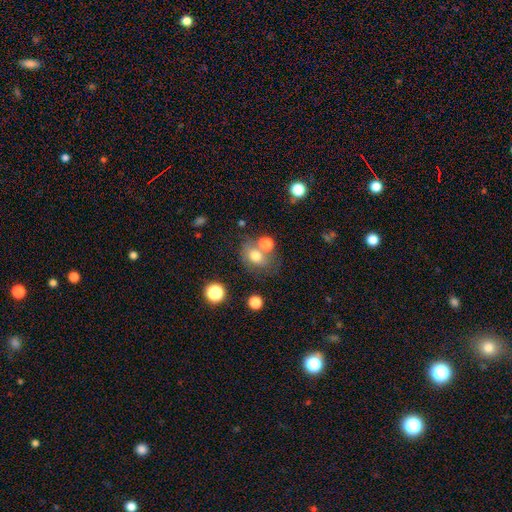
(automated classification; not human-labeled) Q: Smooth or featured?
A: smooth (71%); runner-up: featured or disk (15%)
Q: How rounded?
A: round (52%); runner-up: in between (47%)
Q: Merging?
A: none (53%); runner-up: merger (23%)